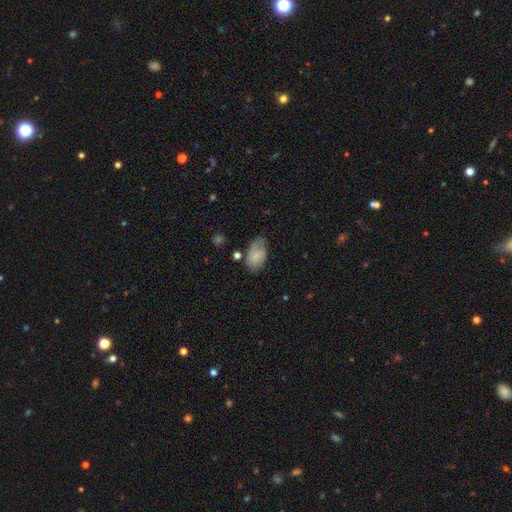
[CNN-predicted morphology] Smooth or featured: smooth — 64% (featured or disk — 28%)
How rounded: in between — 91% (round — 7%)
Merging: none — 53% (minor disturbance — 30%)